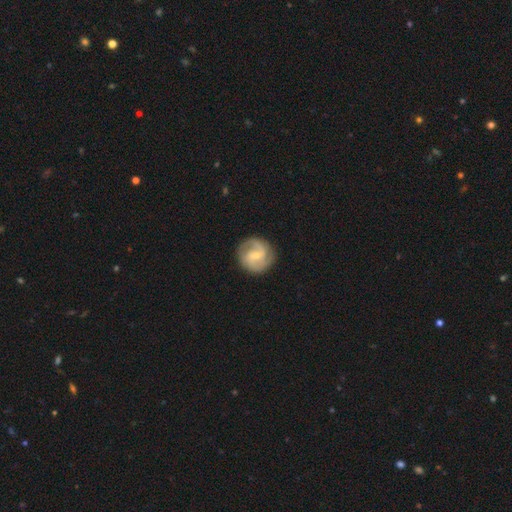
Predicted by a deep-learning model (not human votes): featured or disk 78%, smooth 17%, star or artifact 5%. Down the decision tree: edge-on disk — no (98%); bar — weak (54%); spiral arms — yes (95%); spiral arm count — 2 (78%); spiral winding — medium (48%); bulge size — small (64%); merging — none (82%).